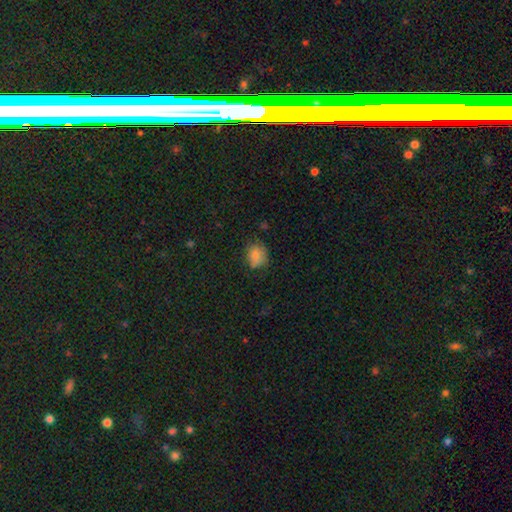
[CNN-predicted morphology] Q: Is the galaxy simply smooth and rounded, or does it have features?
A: smooth — 80%.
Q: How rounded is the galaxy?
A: round — 64%.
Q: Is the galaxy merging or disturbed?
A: none — 64%.